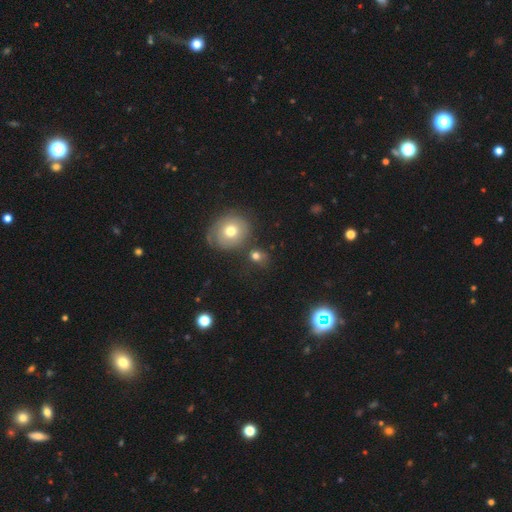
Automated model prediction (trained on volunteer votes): Smooth or featured? Predicted: smooth (p=0.71). How rounded? Predicted: round (p=0.69). Merging? Predicted: none (p=0.62).